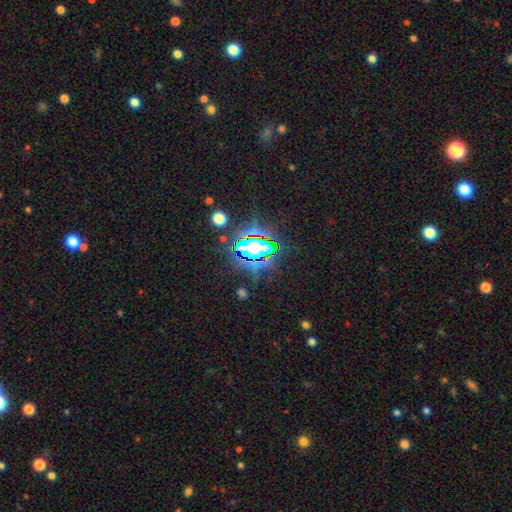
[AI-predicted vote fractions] Smooth or featured? Predicted: star or artifact (p=0.77).